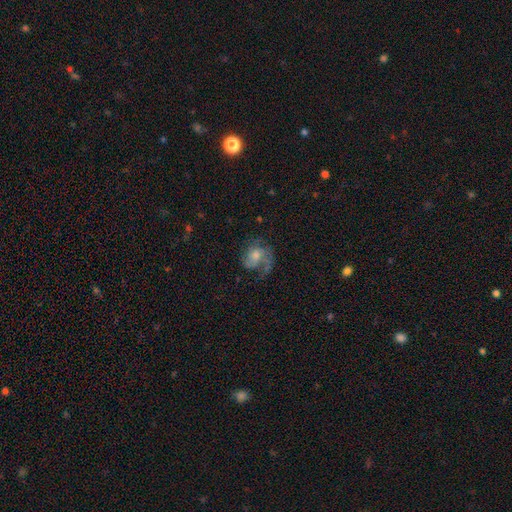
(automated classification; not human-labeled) Smooth or featured: featured or disk — 63% (smooth — 29%)
Edge-on disk: no — 98% (yes — 2%)
Bar: no — 70% (weak — 26%)
Spiral arms: yes — 86% (no — 14%)
Spiral winding: medium — 42% (loose — 39%)
Spiral arm count: 1 — 53% (2 — 30%)
Bulge size: moderate — 45% (small — 37%)
Merging: none — 43% (major disturbance — 34%)